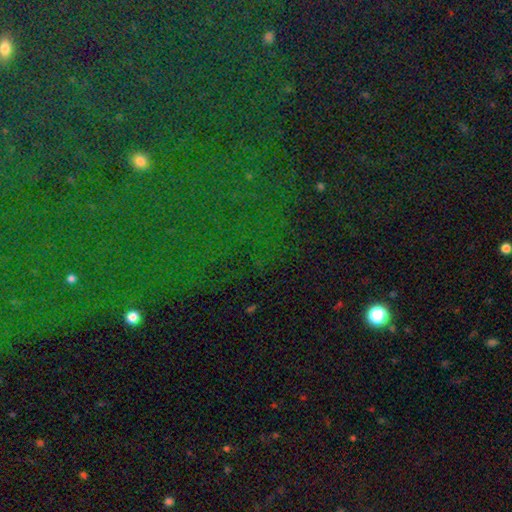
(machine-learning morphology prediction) A star or artifact, not a galaxy (82%).